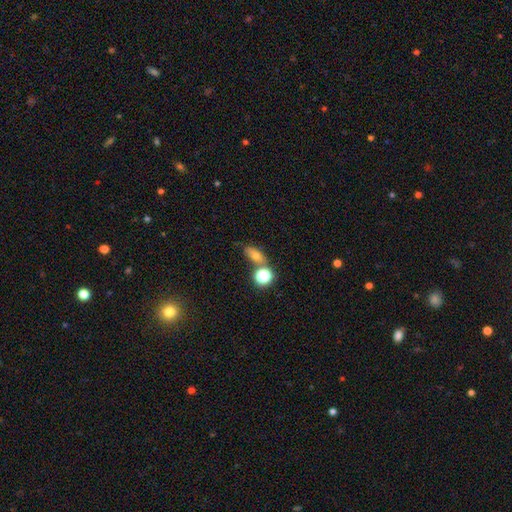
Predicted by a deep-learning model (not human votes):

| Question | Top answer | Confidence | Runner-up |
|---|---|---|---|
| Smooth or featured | smooth | 67% | star or artifact (17%) |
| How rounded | in between | 62% | round (23%) |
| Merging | none | 59% | merger (20%) |